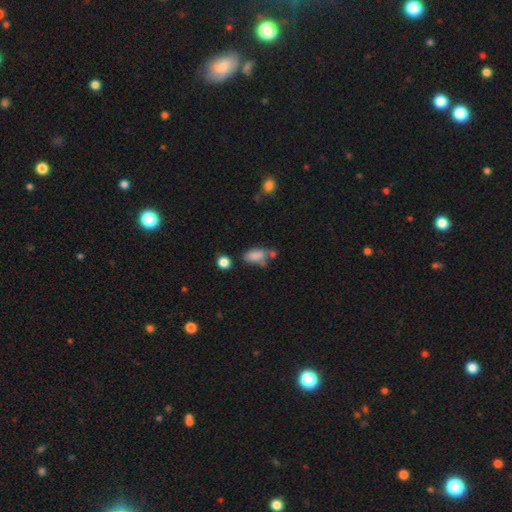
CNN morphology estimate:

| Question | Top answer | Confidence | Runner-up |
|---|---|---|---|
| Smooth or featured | smooth | 81% | star or artifact (10%) |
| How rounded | in between | 89% | round (6%) |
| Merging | none | 45% | minor disturbance (25%) |